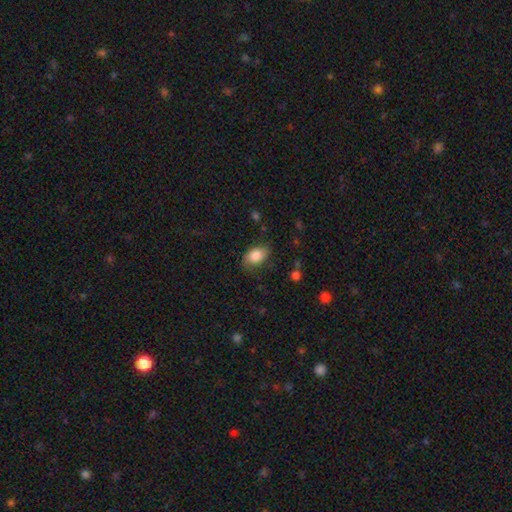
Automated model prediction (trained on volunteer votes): smooth 78%, featured or disk 14%, star or artifact 8%. Down the decision tree: how rounded — in between (87%); merging — none (68%).